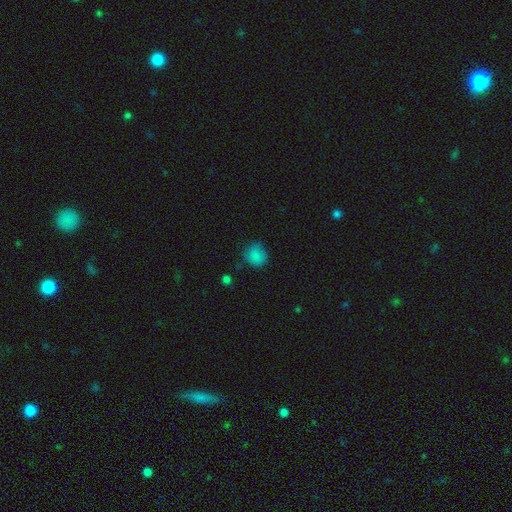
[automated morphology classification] Smooth or featured? smooth (83%)
How rounded? round (79%)
Merging? none (71%)